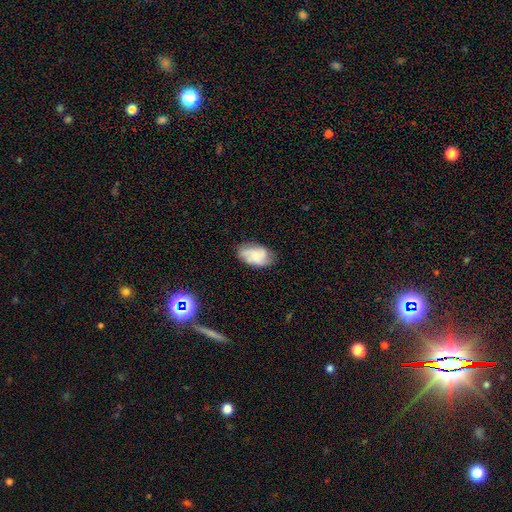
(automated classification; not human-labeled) This is possibly a smooth galaxy (57%). How rounded: clearly in between (91%). Merging: likely none (68%).